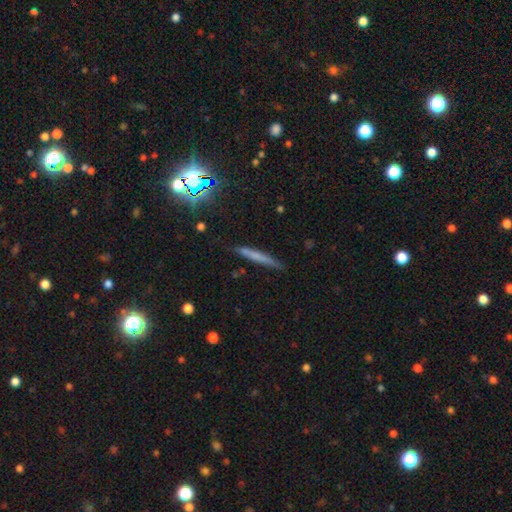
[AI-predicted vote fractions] This appears to be a smooth galaxy with no disk features (56%) that is cigar-shaped (94%). Merging: none (84%).